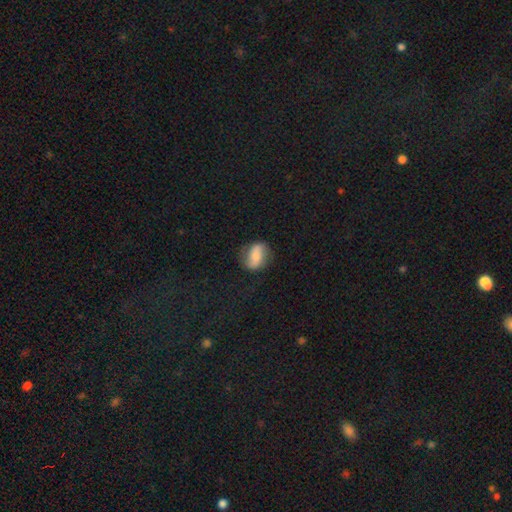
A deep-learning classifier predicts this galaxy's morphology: smooth-or-featured: smooth: 55% | featured or disk: 37% | star or artifact: 8%
  how-rounded: in between: 76% | round: 20% | cigar-shaped: 4%
  merging: none: 74% | minor disturbance: 18% | major disturbance: 7% | merger: 1%